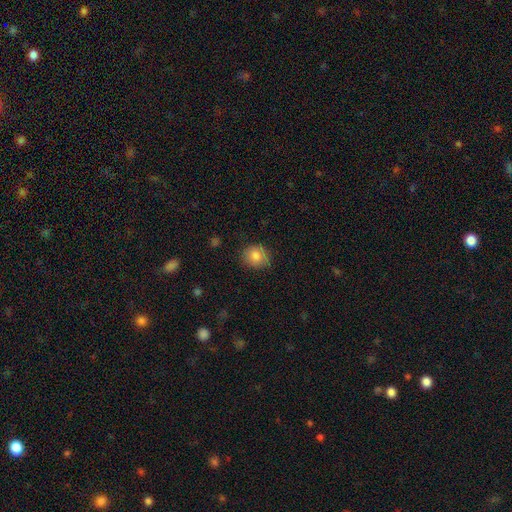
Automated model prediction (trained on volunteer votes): The model was most divided on "how rounded": round: 77%, in between: 22%, cigar-shaped: 1%. More confident: smooth or featured — smooth (83%); merging — none (82%).